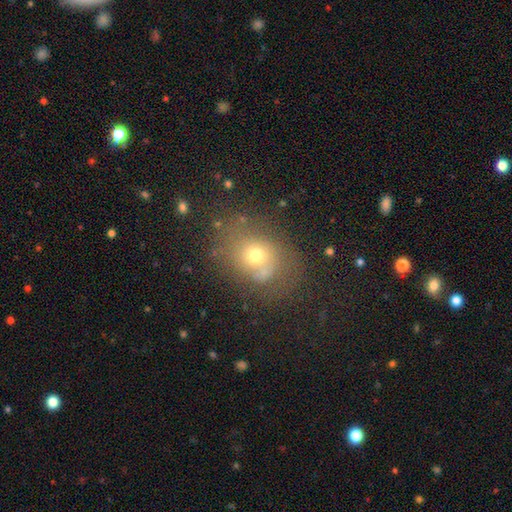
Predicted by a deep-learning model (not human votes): Morphology: type=smooth (60%); roundness=round (56%); merging=none (57%).